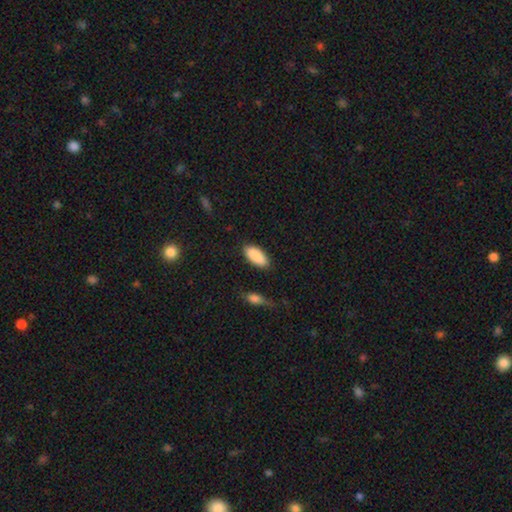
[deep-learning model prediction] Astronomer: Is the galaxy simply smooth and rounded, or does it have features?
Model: smooth — 90%.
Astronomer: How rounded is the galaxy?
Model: in between — 88%.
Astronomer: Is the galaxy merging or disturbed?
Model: none — 85%.